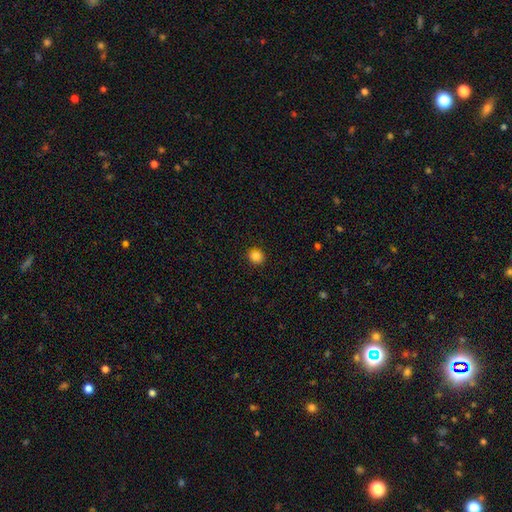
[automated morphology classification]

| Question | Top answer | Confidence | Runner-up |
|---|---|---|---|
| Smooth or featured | smooth | 86% | star or artifact (11%) |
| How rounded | round | 86% | in between (13%) |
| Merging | none | 92% | minor disturbance (6%) |